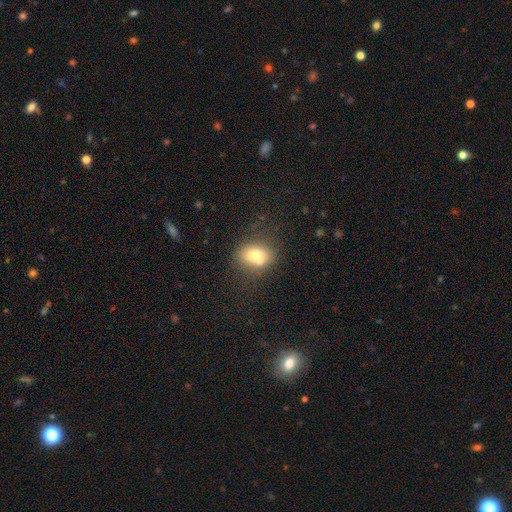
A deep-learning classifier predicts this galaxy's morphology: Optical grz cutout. It shows a smooth galaxy with no disk features (71%) that is in between round and cigar-shaped (59%). Merging: none (63%).